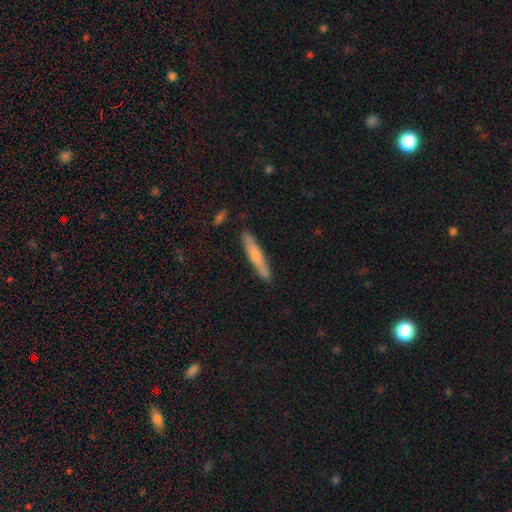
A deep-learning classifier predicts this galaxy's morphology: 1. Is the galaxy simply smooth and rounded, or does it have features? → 65% smooth, 29% featured or disk, 6% star or artifact.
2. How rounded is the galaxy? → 94% cigar-shaped, 5% in between, 1% round.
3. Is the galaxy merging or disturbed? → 87% none, 10% minor disturbance, 2% merger, 2% major disturbance.